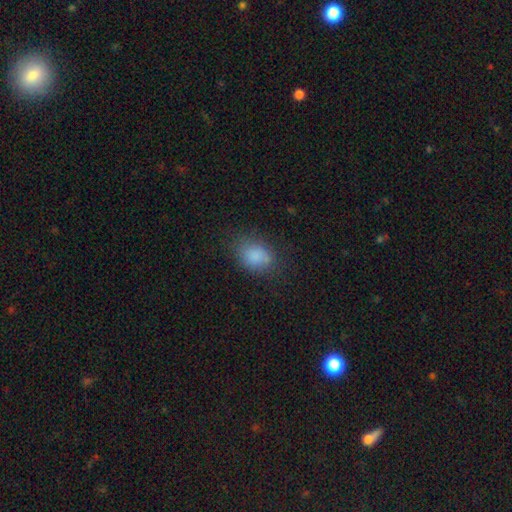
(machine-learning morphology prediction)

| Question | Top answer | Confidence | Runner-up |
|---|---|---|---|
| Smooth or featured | smooth | 83% | star or artifact (10%) |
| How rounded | in between | 64% | round (35%) |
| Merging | none | 70% | minor disturbance (20%) |